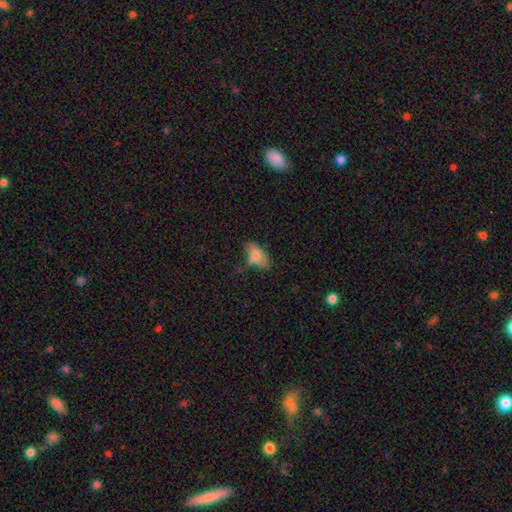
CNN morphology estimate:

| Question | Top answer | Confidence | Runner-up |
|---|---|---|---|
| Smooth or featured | smooth | 72% | featured or disk (19%) |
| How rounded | in between | 90% | round (6%) |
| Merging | none | 45% | minor disturbance (34%) |